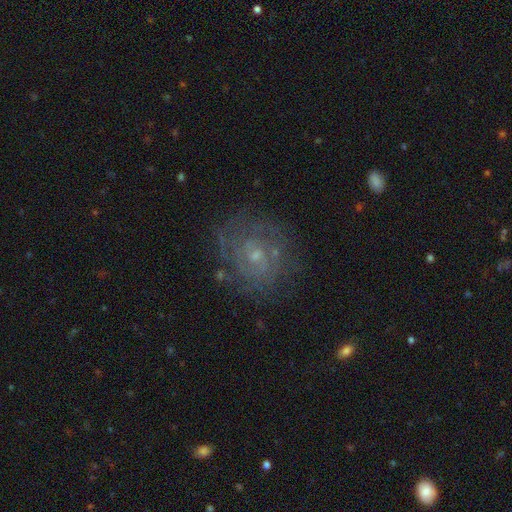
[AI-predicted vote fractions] Smooth or featured? featured or disk (67%)
Edge-on disk? no (98%)
Bar? no (73%)
Spiral arms? yes (81%)
Spiral winding? tight (63%)
Spiral arm count? can't tell (50%)
Bulge size? small (66%)
Merging? none (76%)